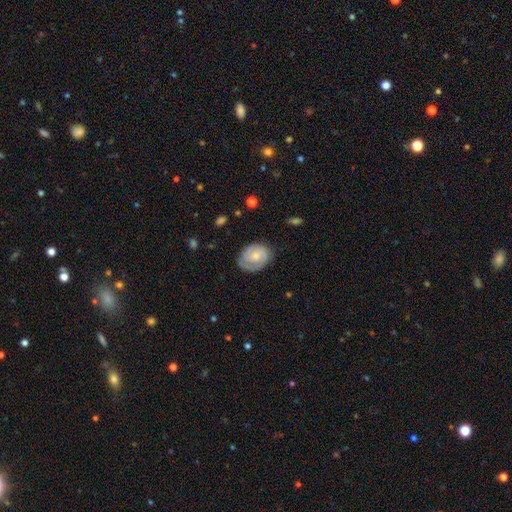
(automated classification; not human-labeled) This is possibly a smooth galaxy (50%). How rounded: possibly in between (58%). Merging: likely none (66%).